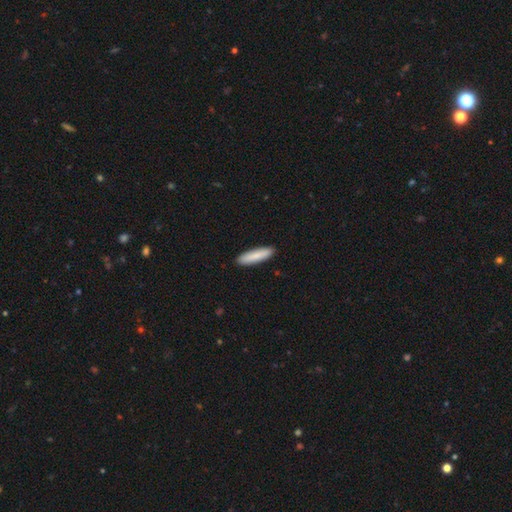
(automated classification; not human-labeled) Smooth or featured? smooth (85%)
How rounded? cigar-shaped (75%)
Merging? none (91%)